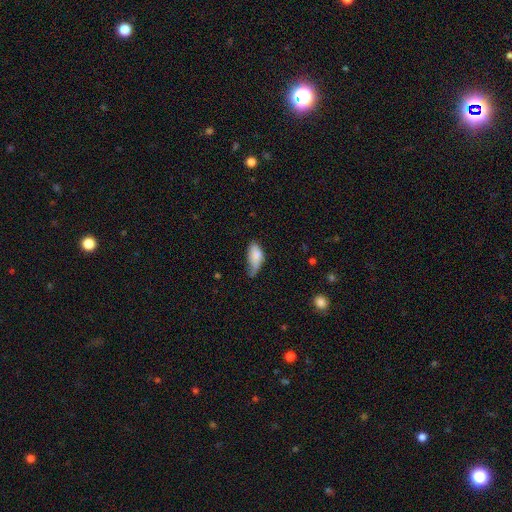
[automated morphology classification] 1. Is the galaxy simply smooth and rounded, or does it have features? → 78% smooth, 14% featured or disk, 7% star or artifact.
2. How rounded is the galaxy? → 86% in between, 11% cigar-shaped, 3% round.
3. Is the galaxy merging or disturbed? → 45% minor disturbance, 28% none, 23% major disturbance, 5% merger.